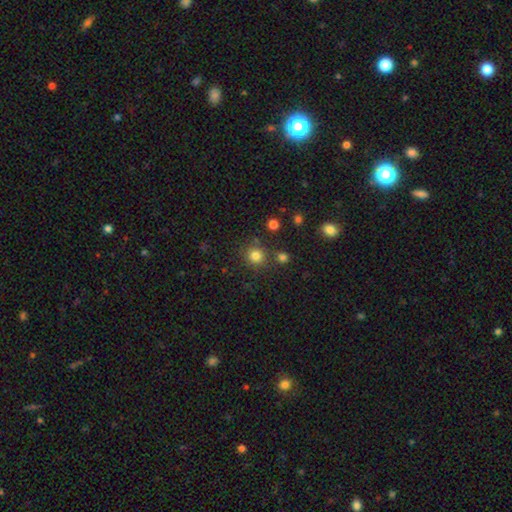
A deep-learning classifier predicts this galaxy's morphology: This appears to be a smooth galaxy with no disk features (80%) that is round (90%). Merging: none (78%).